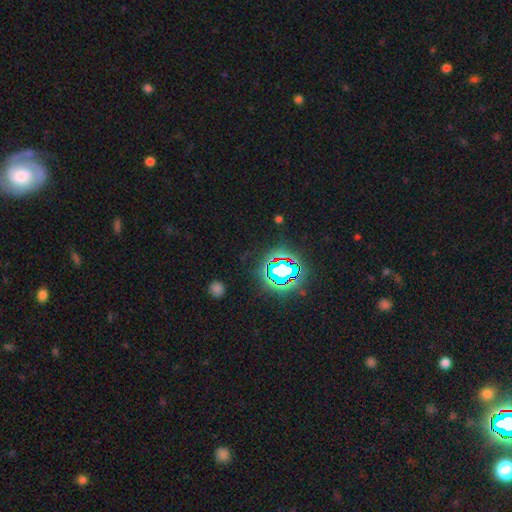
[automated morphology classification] A star or artifact, not a galaxy (83%).